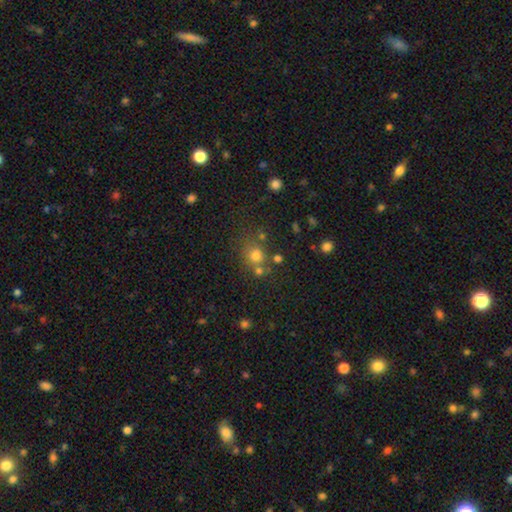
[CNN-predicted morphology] Smooth or featured: smooth — 70% (star or artifact — 20%)
How rounded: round — 82% (in between — 17%)
Merging: none — 62% (merger — 21%)